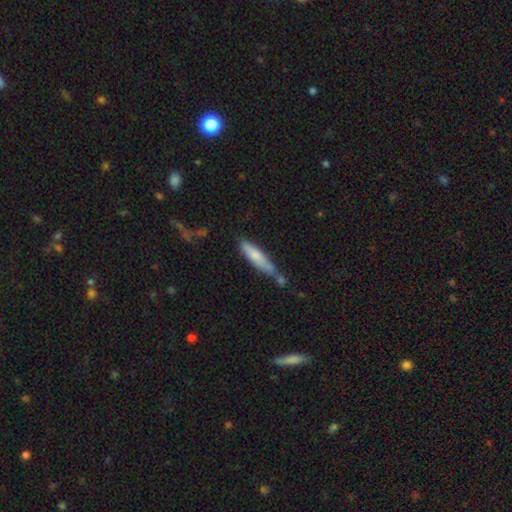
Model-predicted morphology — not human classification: smooth_or_featured: smooth (p=0.69) [alt: featured or disk p=0.25]
how_rounded: cigar-shaped (p=0.82) [alt: in between p=0.17]
merging: none (p=0.48) [alt: minor disturbance p=0.26]